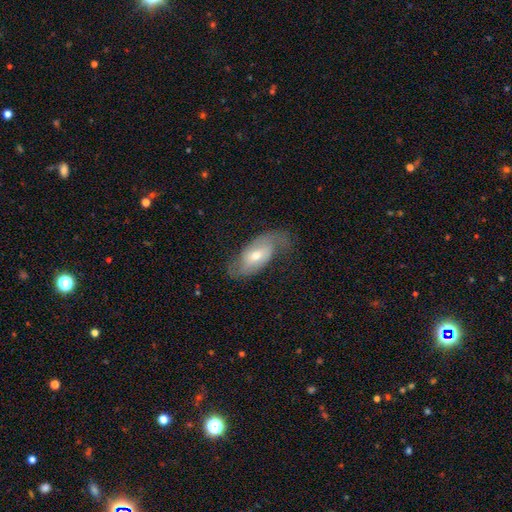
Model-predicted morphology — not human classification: smooth_or_featured: featured or disk (p=0.69) [alt: smooth p=0.25]
disk_edge_on: no (p=0.92) [alt: yes p=0.08]
bar: weak (p=0.41) [tied with: no p=0.41]
has_spiral_arms: yes (p=0.86) [alt: no p=0.14]
spiral_winding: loose (p=0.45) [alt: medium p=0.37]
spiral_arm_count: 2 (p=0.80) [alt: can't tell p=0.10]
bulge_size: moderate (p=0.54) [alt: small p=0.40]
merging: none (p=0.59) [alt: minor disturbance p=0.23]